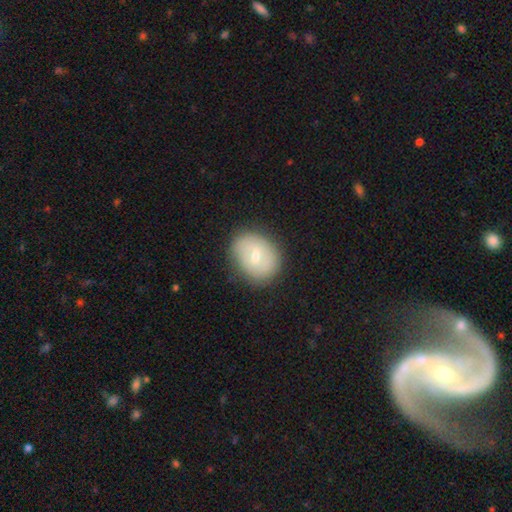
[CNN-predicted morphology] This appears to be a smooth galaxy with no disk features (57%) that is in between round and cigar-shaped (51%). Merging: none (83%).